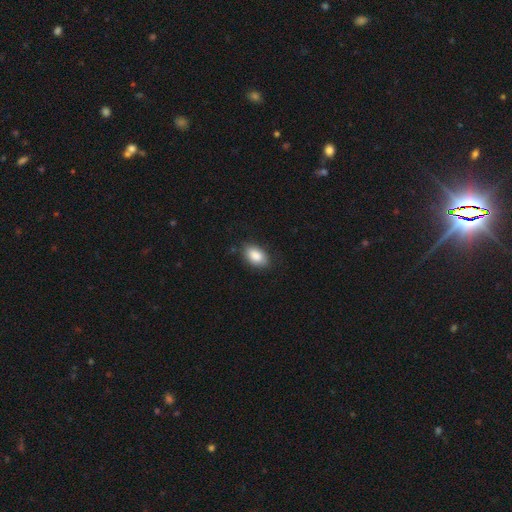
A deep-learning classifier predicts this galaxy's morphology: Smooth or featured: smooth — 87% (star or artifact — 7%)
How rounded: in between — 90% (round — 8%)
Merging: none — 80% (minor disturbance — 15%)